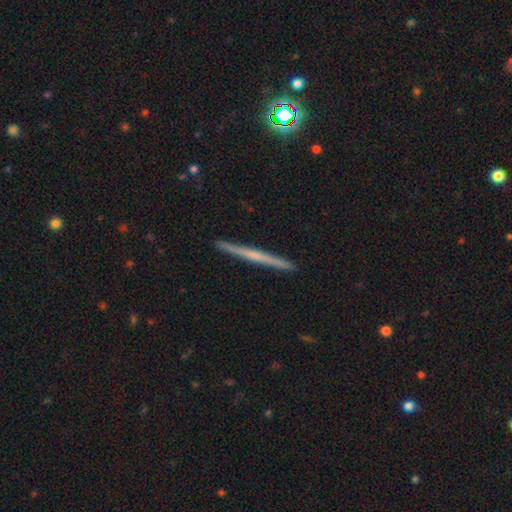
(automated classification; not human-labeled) Smooth or featured?
  - featured or disk: 63% *
  - smooth: 31%
  - star or artifact: 6%
Edge-on disk?
  - yes: 98% *
  - no: 2%
Edge-on bulge?
  - none: 62% *
  - rounded: 30%
  - boxy: 7%
Merging?
  - none: 93% *
  - minor disturbance: 5%
  - major disturbance: 1%
  - merger: 1%